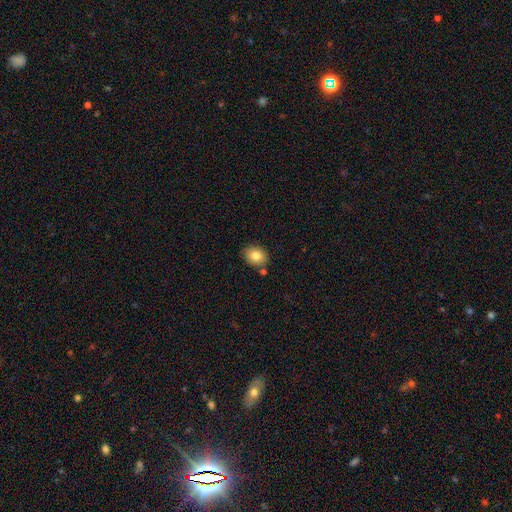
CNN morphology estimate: This appears to be a smooth galaxy with no disk features (82%) that is in between round and cigar-shaped (50%). Merging: none (81%).